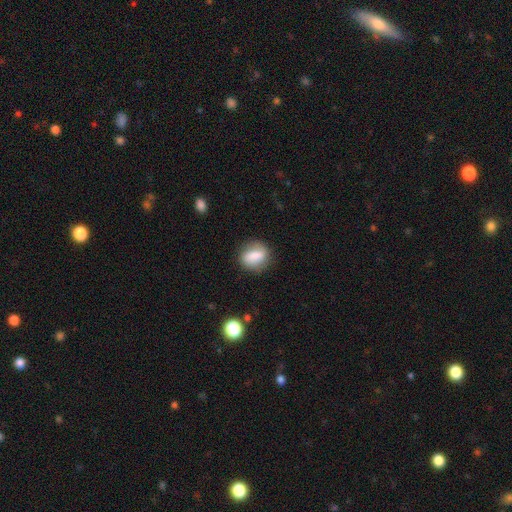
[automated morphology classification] Q: Smooth or featured?
A: smooth (73%); runner-up: featured or disk (19%)
Q: How rounded?
A: in between (53%); runner-up: round (43%)
Q: Merging?
A: none (78%); runner-up: minor disturbance (16%)